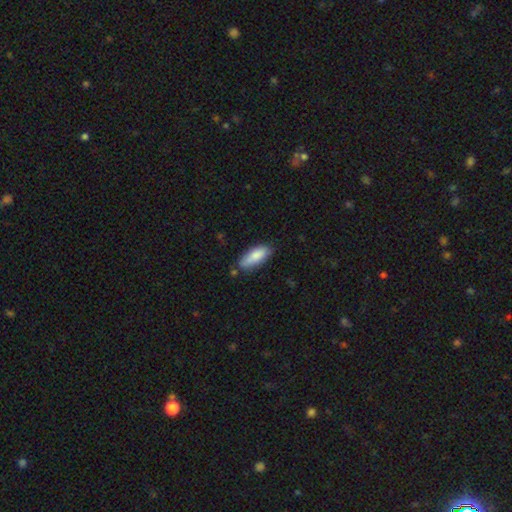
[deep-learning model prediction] smooth_or_featured: smooth (p=0.84) [alt: featured or disk p=0.10]
how_rounded: in between (p=0.70) [alt: cigar-shaped p=0.28]
merging: none (p=0.73) [alt: minor disturbance p=0.20]